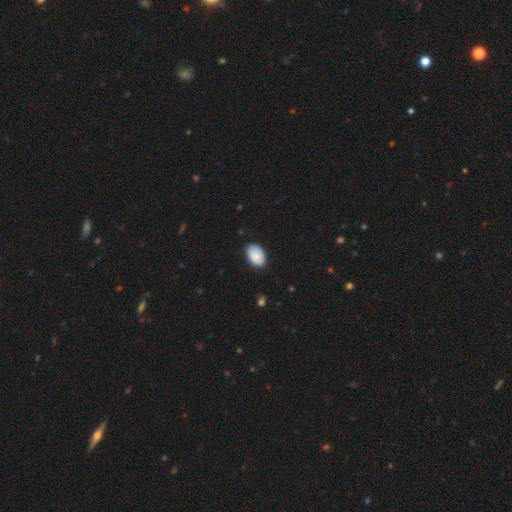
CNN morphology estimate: This appears to be a smooth galaxy with no disk features (90%) that is in between round and cigar-shaped (91%). Merging: none (83%).